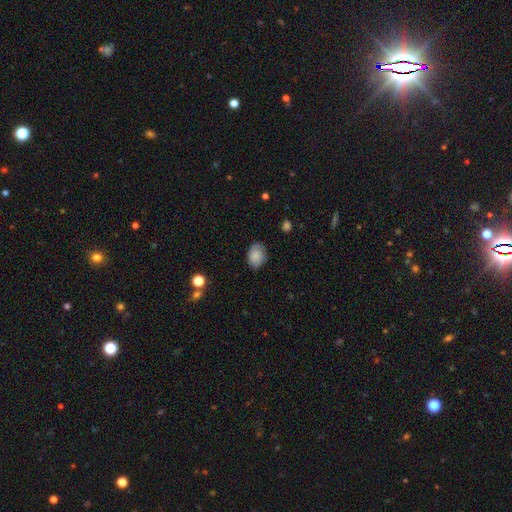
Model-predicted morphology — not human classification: Smooth or featured? Predicted: smooth (p=0.85). How rounded? Predicted: in between (p=0.69). Merging? Predicted: none (p=0.77).